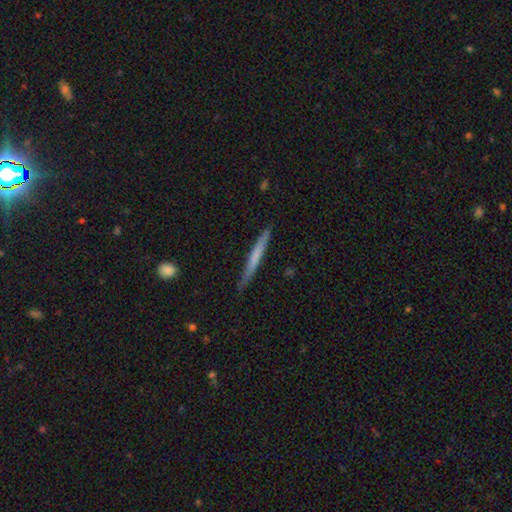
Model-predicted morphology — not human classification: A smooth galaxy with no disk features (56%) that is cigar-shaped (97%). Merging: none (85%).